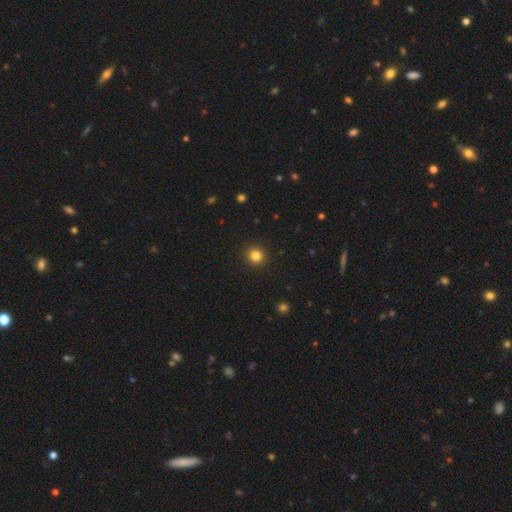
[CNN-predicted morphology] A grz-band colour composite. It shows a smooth galaxy with no disk features (83%) that is round (88%). Merging: none (92%).